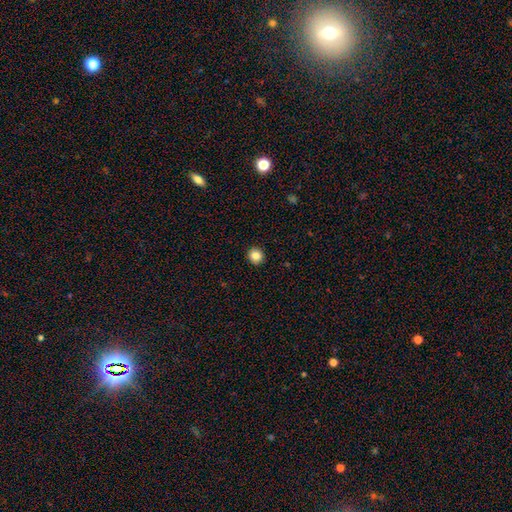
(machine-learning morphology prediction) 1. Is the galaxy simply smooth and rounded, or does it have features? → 85% smooth, 10% star or artifact, 5% featured or disk.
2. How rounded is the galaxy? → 92% round, 7% in between, 1% cigar-shaped.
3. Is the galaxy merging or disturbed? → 93% none, 5% minor disturbance, 1% major disturbance, 1% merger.